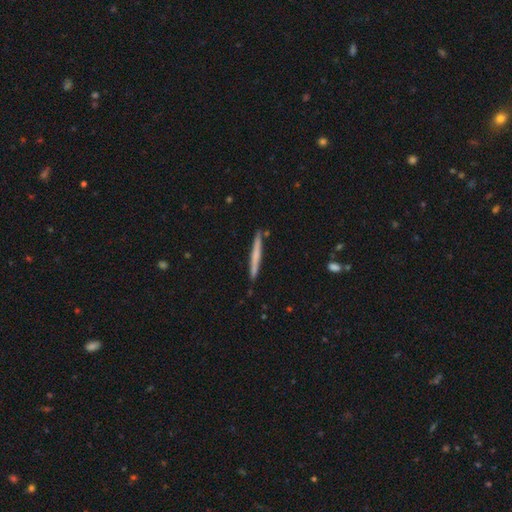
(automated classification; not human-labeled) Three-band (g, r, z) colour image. It shows a smooth galaxy with no disk features (58%) that is cigar-shaped (97%). Merging: none (89%).